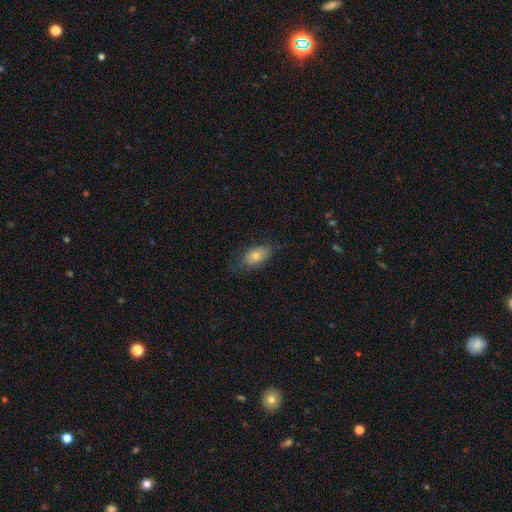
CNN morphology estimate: smooth_or_featured: smooth (p=0.70) [alt: featured or disk p=0.21]
how_rounded: in between (p=0.88) [alt: round p=0.07]
merging: none (p=0.68) [alt: minor disturbance p=0.23]